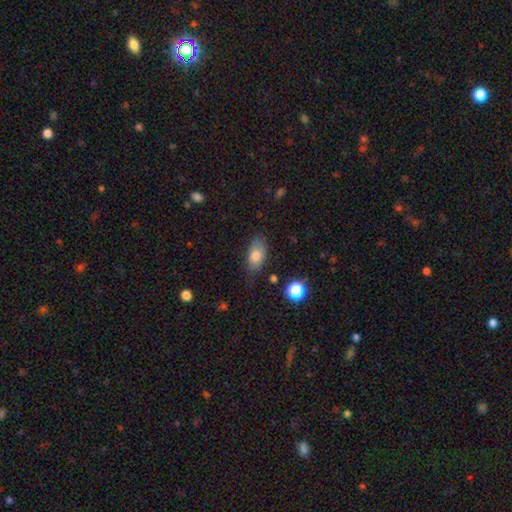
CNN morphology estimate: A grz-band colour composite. It shows a smooth galaxy with no disk features (78%) that is in between round and cigar-shaped (87%). Merging: none (70%).